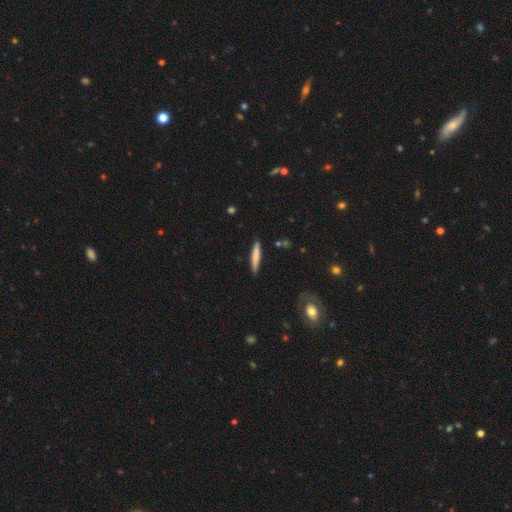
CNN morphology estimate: smooth 70%, featured or disk 25%, star or artifact 6%. Down the decision tree: how rounded — cigar-shaped (93%); merging — none (88%).